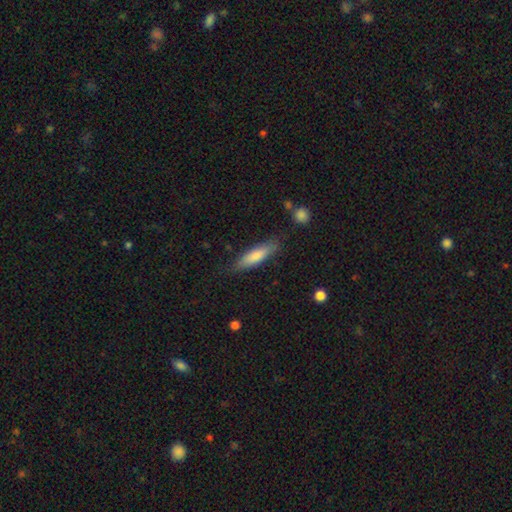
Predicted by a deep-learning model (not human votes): A smooth galaxy with no disk features (72%) that is cigar-shaped (73%).

Vote fractions:
- Smooth or featured? smooth: 72% / featured or disk: 22% / star or artifact: 6%
- How rounded? cigar-shaped: 73% / in between: 25% / round: 2%
- Merging? none: 81% / minor disturbance: 14% / major disturbance: 3% / merger: 2%